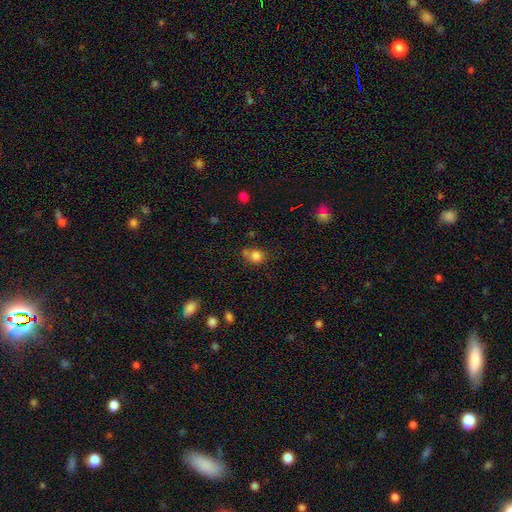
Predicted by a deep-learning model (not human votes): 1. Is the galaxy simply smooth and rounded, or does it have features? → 81% smooth, 12% star or artifact, 7% featured or disk.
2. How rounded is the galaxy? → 75% round, 24% in between, 1% cigar-shaped.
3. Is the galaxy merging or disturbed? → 57% none, 21% merger, 16% minor disturbance, 6% major disturbance.